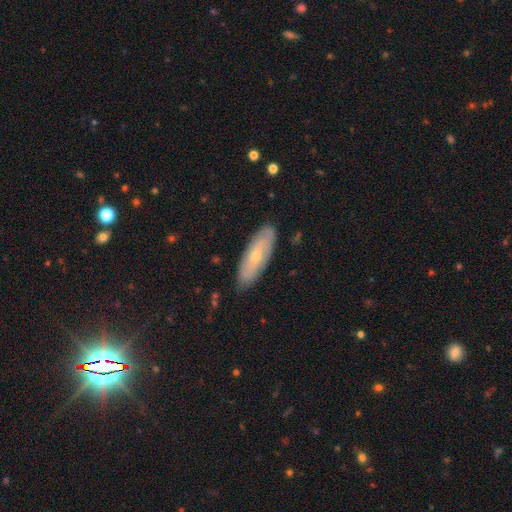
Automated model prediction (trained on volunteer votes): smooth-or-featured: featured or disk: 50% | smooth: 43% | star or artifact: 7%
  merging: none: 84% | minor disturbance: 12% | major disturbance: 2% | merger: 1%